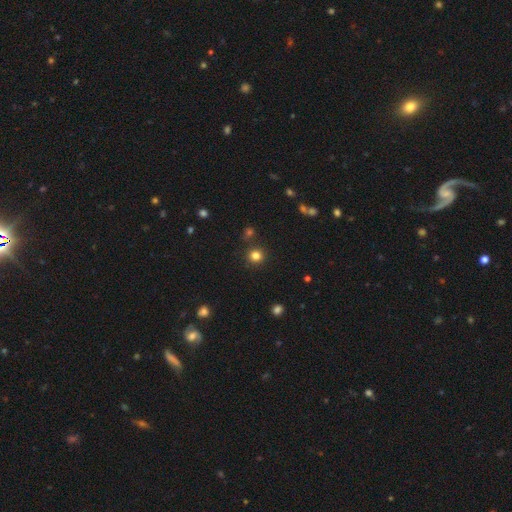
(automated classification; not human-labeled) The model was most divided on "smooth or featured": smooth: 81%, star or artifact: 14%, featured or disk: 5%. More confident: how rounded — round (93%); merging — none (87%).